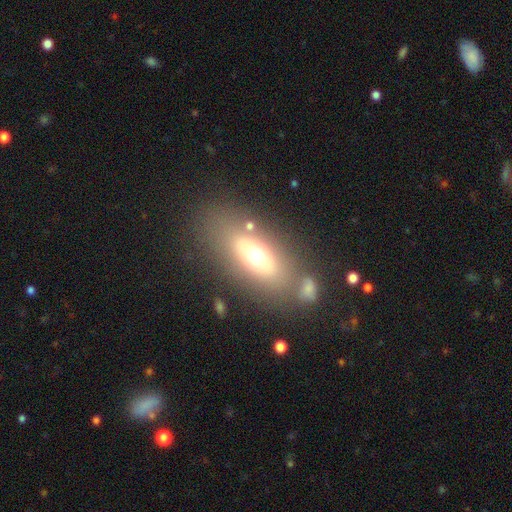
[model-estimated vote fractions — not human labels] Morphology: type=smooth (57%); roundness=in between (79%); merging=none (69%).